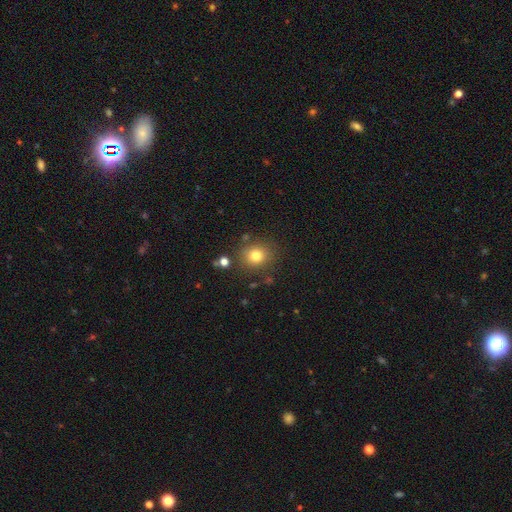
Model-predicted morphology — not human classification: Smooth or featured? Predicted: smooth (p=0.79). How rounded? Predicted: round (p=0.79). Merging? Predicted: none (p=0.83).